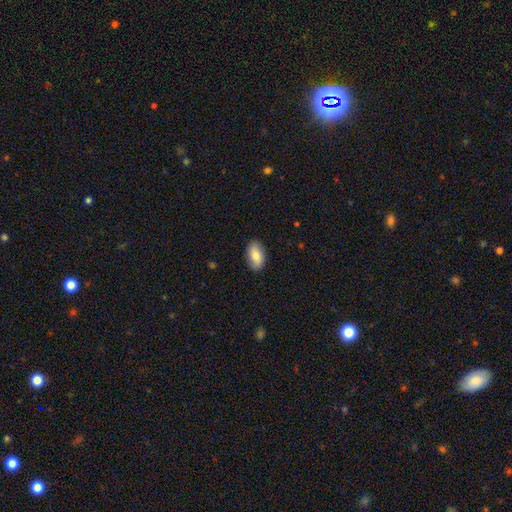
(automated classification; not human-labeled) The model was most divided on "smooth or featured": smooth: 79%, featured or disk: 15%, star or artifact: 6%. More confident: how rounded — in between (93%); merging — none (88%).